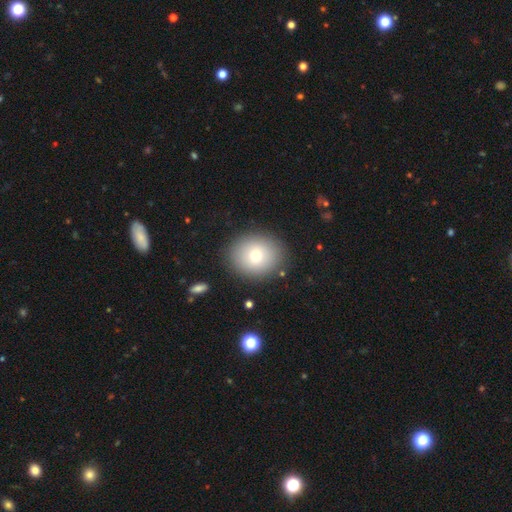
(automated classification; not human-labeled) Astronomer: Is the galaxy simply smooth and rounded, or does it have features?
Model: smooth — 73%.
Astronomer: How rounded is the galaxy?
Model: round — 77%.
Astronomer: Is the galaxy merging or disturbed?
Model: none — 87%.